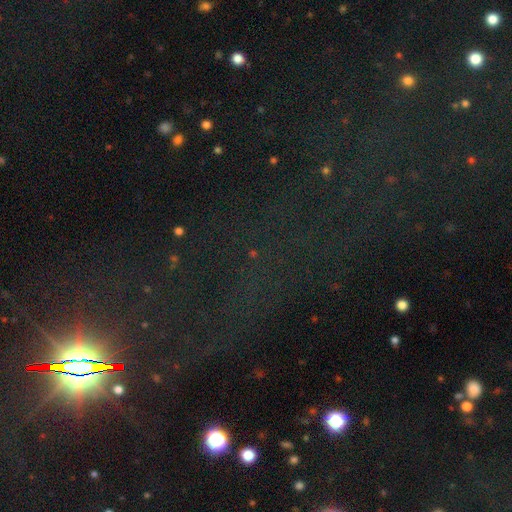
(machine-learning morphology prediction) Smooth or featured?
  - star or artifact: 75% *
  - smooth: 14%
  - featured or disk: 11%